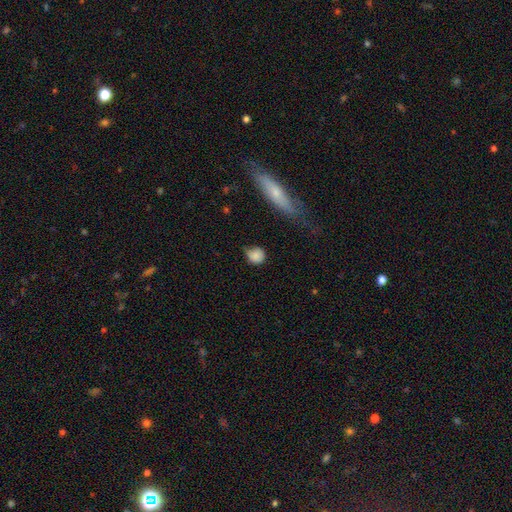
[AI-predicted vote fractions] Smooth or featured? Predicted: smooth (p=0.81). How rounded? Predicted: round (p=0.80). Merging? Predicted: none (p=0.49).